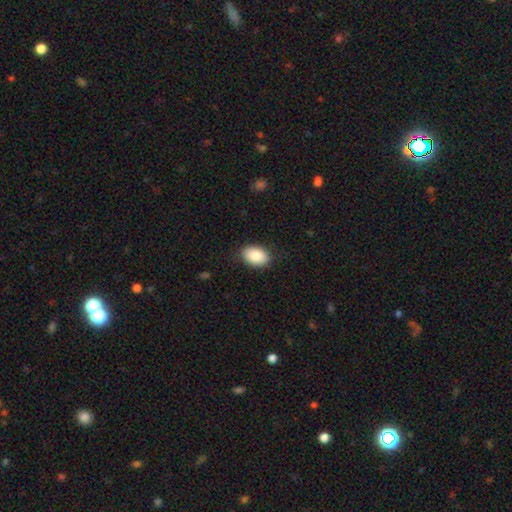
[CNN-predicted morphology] type=smooth (89%); roundness=in between (89%); merging=none (86%).